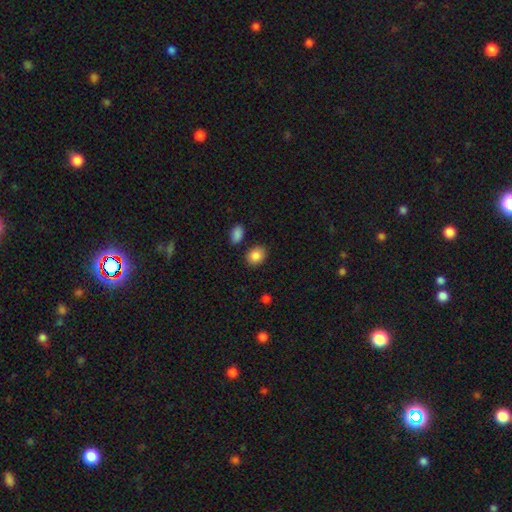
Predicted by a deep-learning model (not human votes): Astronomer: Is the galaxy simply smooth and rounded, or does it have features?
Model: smooth — 87%.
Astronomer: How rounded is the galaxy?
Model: in between — 53% (runner-up: round, 46%).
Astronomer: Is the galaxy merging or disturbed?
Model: none — 82%.